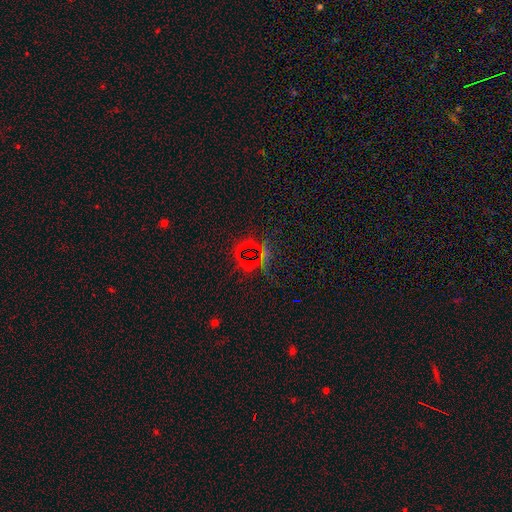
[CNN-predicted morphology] Smooth or featured? Predicted: star or artifact (p=0.72).